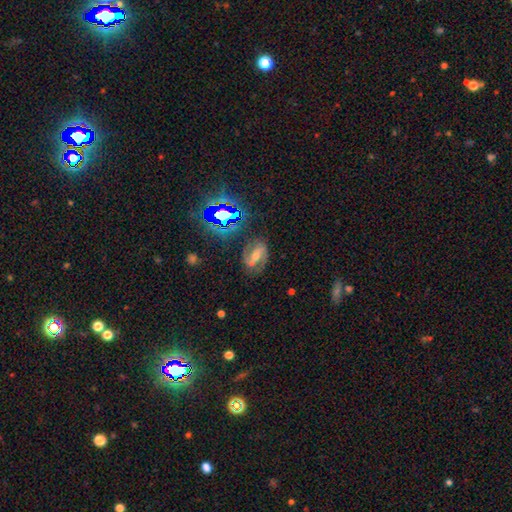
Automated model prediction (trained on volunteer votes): Smooth or featured?
  - featured or disk: 64% *
  - star or artifact: 24%
  - smooth: 12%
Edge-on disk?
  - no: 95% *
  - yes: 5%
Bar?
  - strong: 45% *
  - weak: 35%
  - no: 20%
Spiral arms?
  - yes: 90% *
  - no: 10%
Spiral winding?
  - medium: 48% *
  - tight: 29%
  - loose: 23%
Spiral arm count?
  - 2: 85% *
  - can't tell: 7%
  - 1: 4%
  - 3: 2%
  - 4: 1%
  - more than 4: 1%
Bulge size?
  - moderate: 53% *
  - small: 40%
  - large: 3%
  - none: 2%
  - dominant: 1%
Merging?
  - none: 75% *
  - minor disturbance: 15%
  - major disturbance: 7%
  - merger: 3%